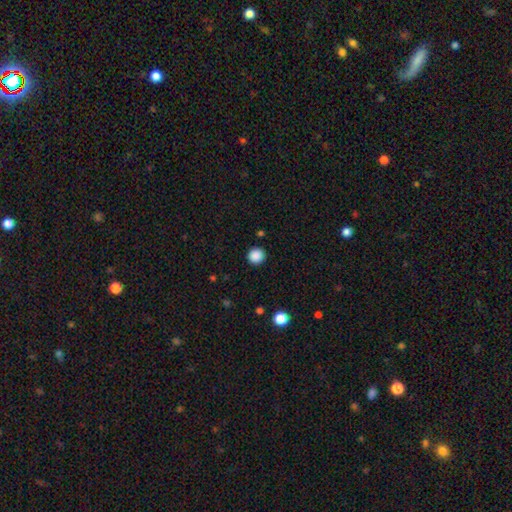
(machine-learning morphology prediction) The model was most divided on "smooth or featured": smooth: 88%, star or artifact: 10%, featured or disk: 2%. More confident: how rounded — round (94%); merging — none (92%).